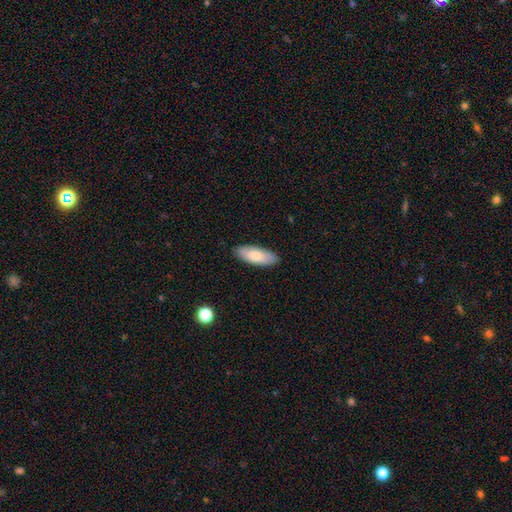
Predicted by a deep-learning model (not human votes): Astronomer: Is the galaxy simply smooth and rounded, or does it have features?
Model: smooth — 78%.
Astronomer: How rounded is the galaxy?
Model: in between — 76%.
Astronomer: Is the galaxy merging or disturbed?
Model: none — 88%.